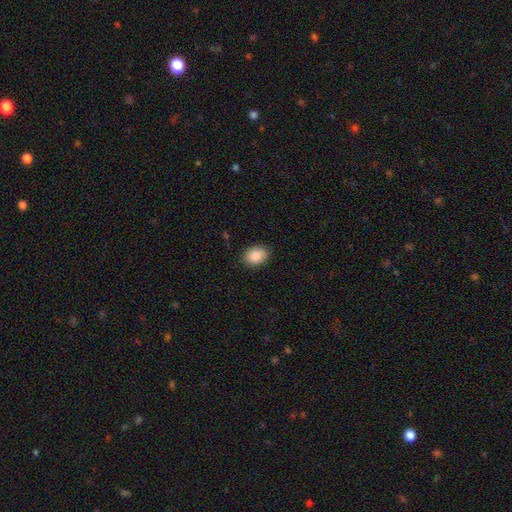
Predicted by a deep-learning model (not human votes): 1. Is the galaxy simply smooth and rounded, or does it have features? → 89% smooth, 8% star or artifact, 4% featured or disk.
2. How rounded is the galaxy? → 68% in between, 31% round, 1% cigar-shaped.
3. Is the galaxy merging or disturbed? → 88% none, 9% minor disturbance, 2% major disturbance, 1% merger.